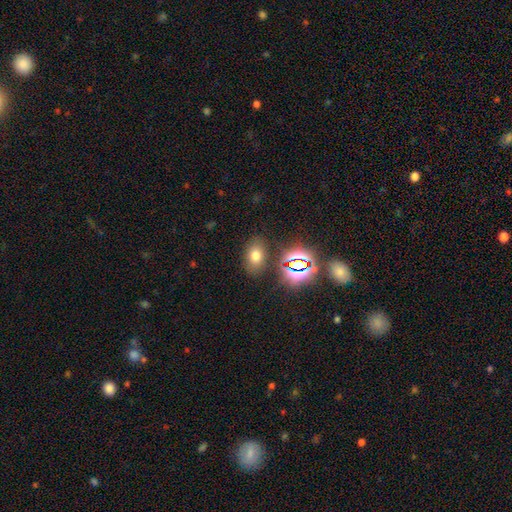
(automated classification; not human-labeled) This is likely a smooth galaxy (67%). How rounded: clearly in between (82%). Merging: clearly none (82%).